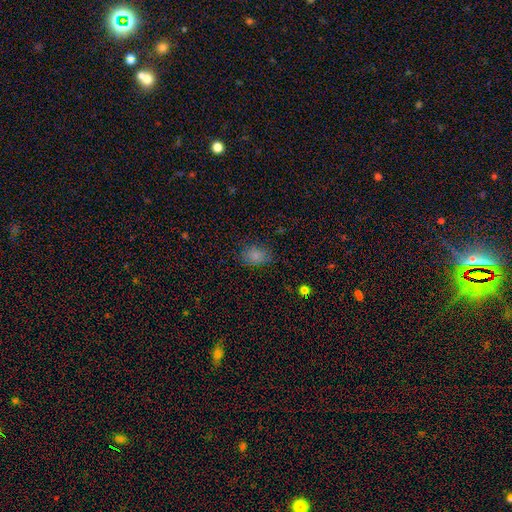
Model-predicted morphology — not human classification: Smooth or featured?
  - smooth: 82% *
  - star or artifact: 13%
  - featured or disk: 6%
How rounded?
  - in between: 70% *
  - round: 29%
  - cigar-shaped: 1%
Merging?
  - none: 80% *
  - minor disturbance: 15%
  - major disturbance: 4%
  - merger: 1%